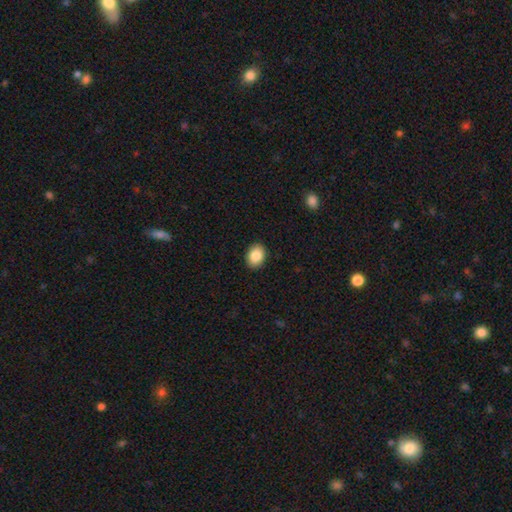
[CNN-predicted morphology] smooth 87%, star or artifact 8%, featured or disk 5%. Down the decision tree: how rounded — in between (69%); merging — none (90%).